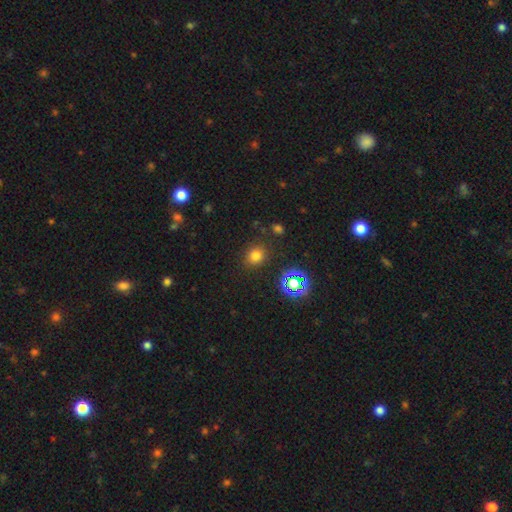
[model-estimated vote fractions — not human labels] smooth 72%, star or artifact 21%, featured or disk 6%. Down the decision tree: how rounded — round (74%); merging — none (85%).